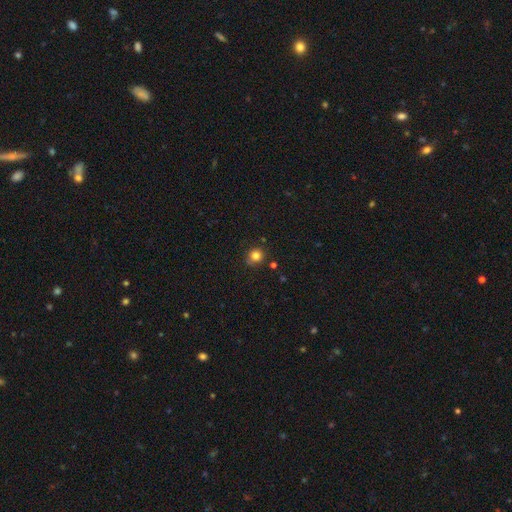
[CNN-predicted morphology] The model was most divided on "merging": none: 80%, minor disturbance: 13%, merger: 4%, major disturbance: 3%. More confident: how rounded — round (89%); smooth or featured — smooth (82%).